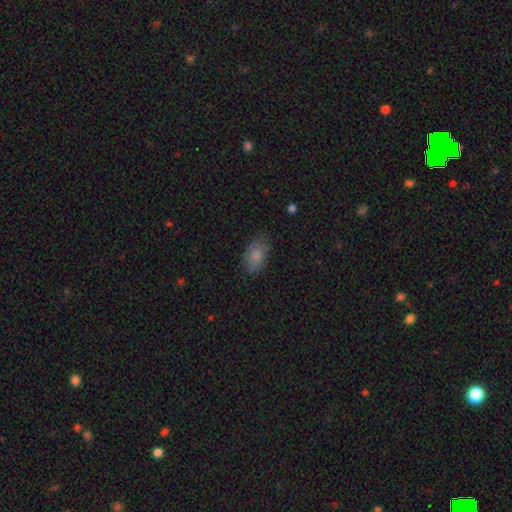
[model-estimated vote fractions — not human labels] Smooth or featured: smooth — 82% (featured or disk — 10%)
How rounded: in between — 92% (round — 6%)
Merging: none — 73% (minor disturbance — 20%)